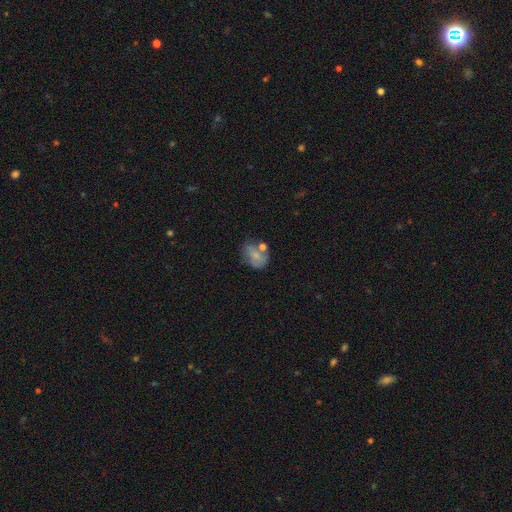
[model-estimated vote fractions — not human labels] A smooth galaxy with no disk features (61%) that is in between round and cigar-shaped (59%). Merging: none (41%).